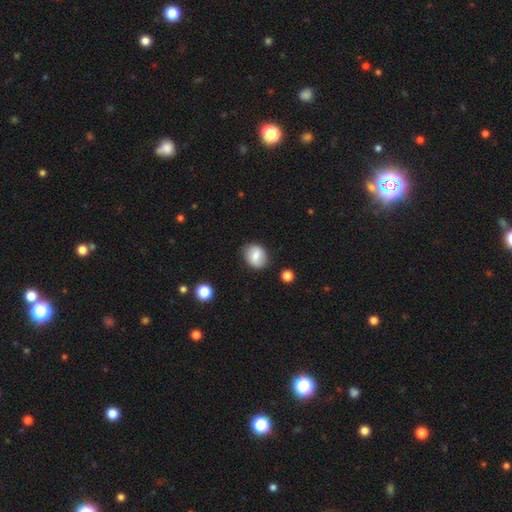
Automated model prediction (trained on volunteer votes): Overall: smooth (72%). How rounded: round (52%; in between 47%). Merging: none (81%).